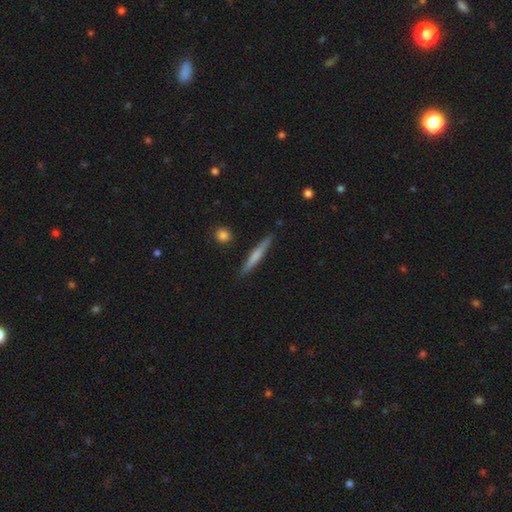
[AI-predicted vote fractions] smooth 55%, featured or disk 39%, star or artifact 6%. Down the decision tree: how rounded — cigar-shaped (95%); merging — none (89%).